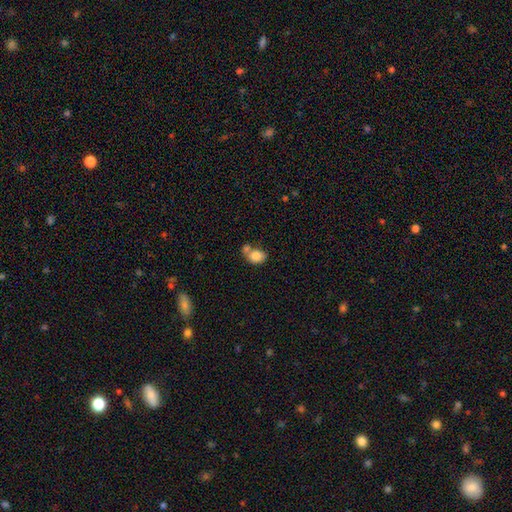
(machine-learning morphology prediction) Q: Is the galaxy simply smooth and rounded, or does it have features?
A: smooth — 82%.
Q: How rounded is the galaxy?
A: in between — 64%.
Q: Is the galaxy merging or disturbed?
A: merger — 45%.